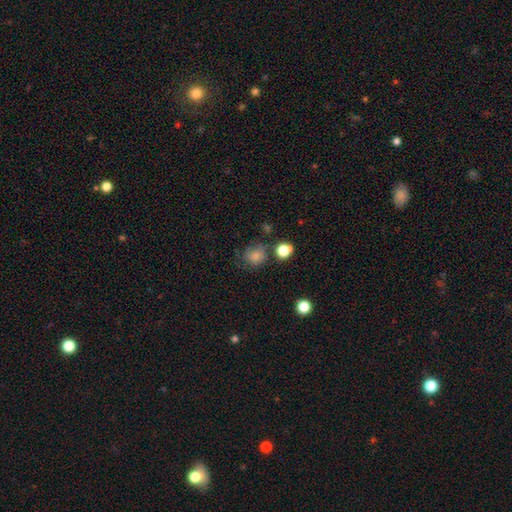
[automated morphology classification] Overall: smooth (77%). How rounded: round (79%). Merging: none (59%; minor disturbance 23%).